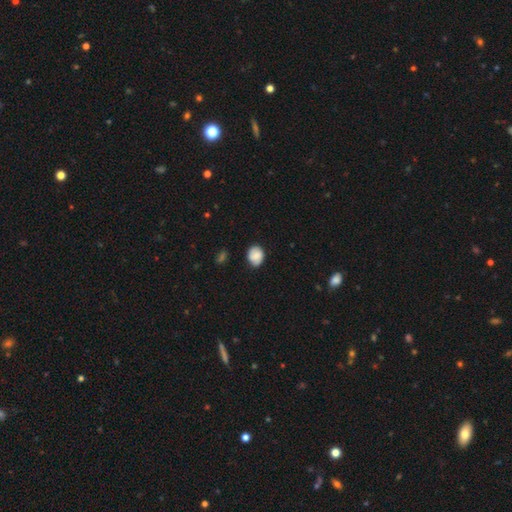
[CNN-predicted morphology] This is likely a smooth galaxy (76%). How rounded: possibly round (52%). Merging: likely none (71%).